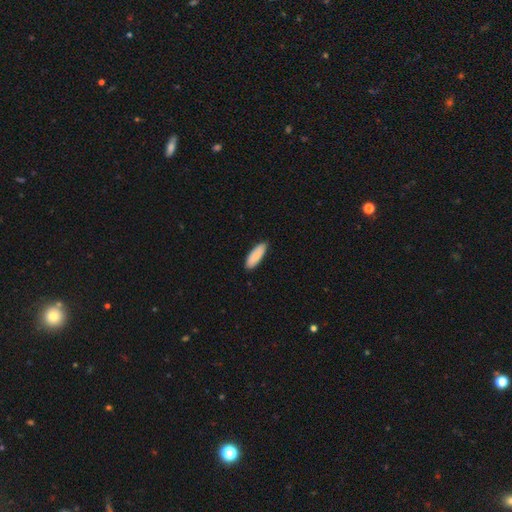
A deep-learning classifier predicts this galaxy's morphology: Overall: smooth (87%). How rounded: in between (68%; cigar-shaped 30%). Merging: none (82%).